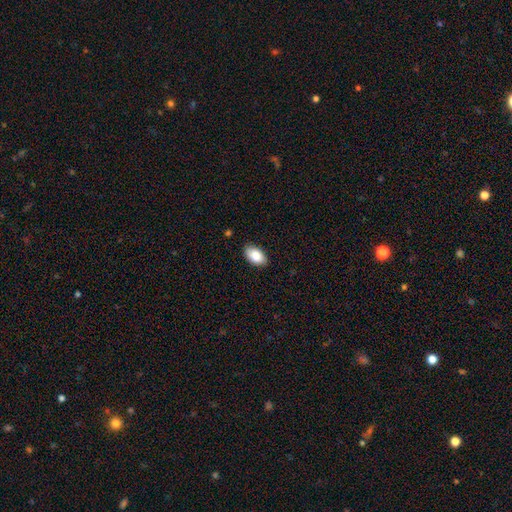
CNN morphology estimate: smooth-or-featured: smooth: 87% | featured or disk: 7% | star or artifact: 6%
  how-rounded: in between: 94% | round: 5% | cigar-shaped: 2%
  merging: none: 85% | minor disturbance: 11% | major disturbance: 2% | merger: 1%